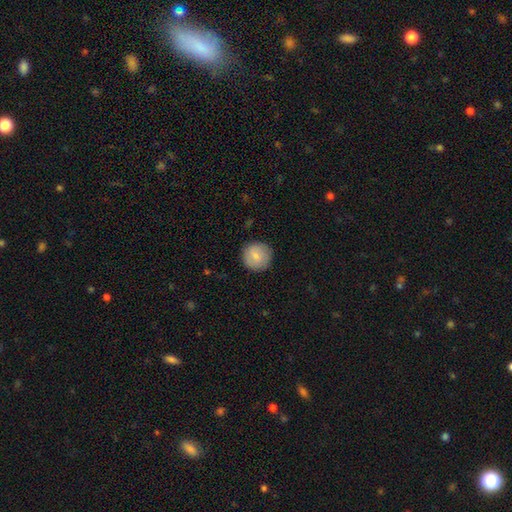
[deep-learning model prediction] Smooth or featured? smooth (81%)
How rounded? round (95%)
Merging? none (87%)